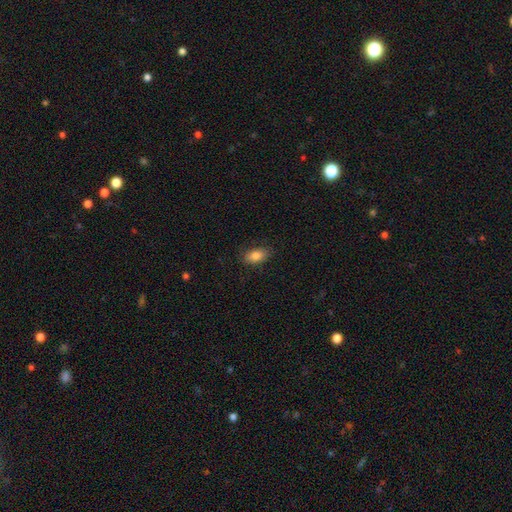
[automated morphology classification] A smooth galaxy with no disk features (84%) that is in between round and cigar-shaped (90%).

Vote fractions:
- Smooth or featured? smooth: 84% / featured or disk: 8% / star or artifact: 8%
- How rounded? in between: 90% / round: 7% / cigar-shaped: 3%
- Merging? none: 86% / minor disturbance: 11% / major disturbance: 2% / merger: 1%